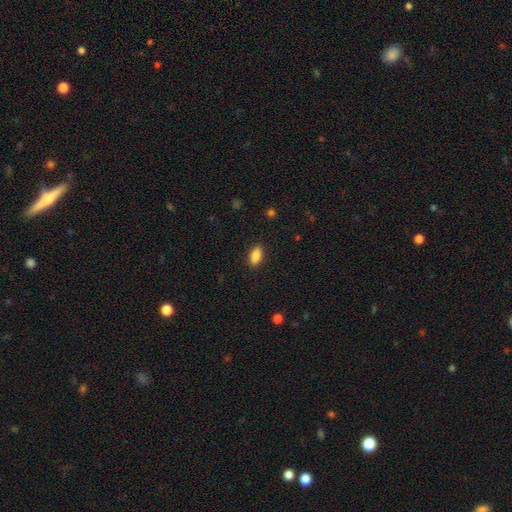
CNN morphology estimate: Smooth or featured? smooth (87%)
How rounded? in between (87%)
Merging? none (89%)